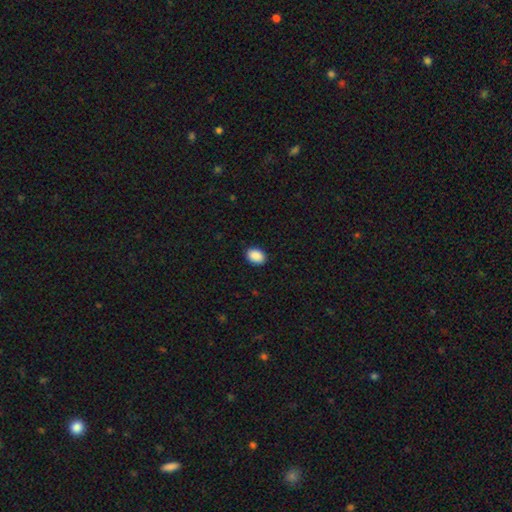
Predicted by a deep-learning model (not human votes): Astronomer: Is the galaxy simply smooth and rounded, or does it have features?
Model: smooth — 90%.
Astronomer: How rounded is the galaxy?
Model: in between — 77%.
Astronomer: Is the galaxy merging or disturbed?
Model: none — 90%.